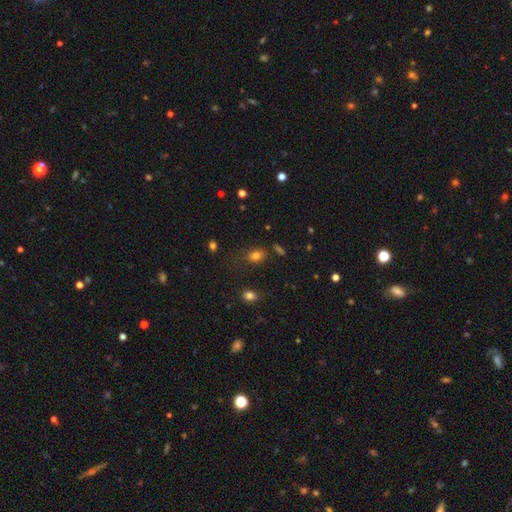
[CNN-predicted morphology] smooth 79%, star or artifact 14%, featured or disk 8%. Down the decision tree: how rounded — in between (69%); merging — none (70%).